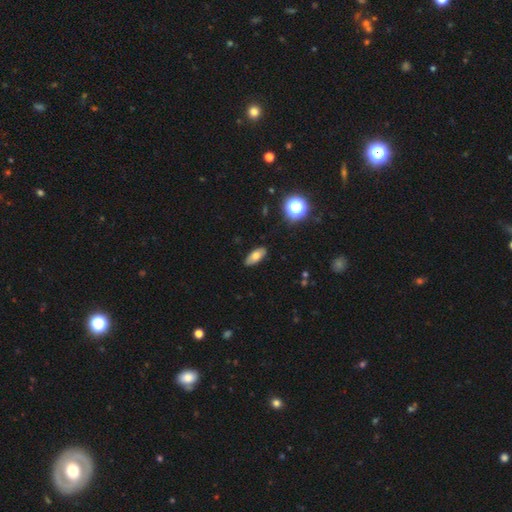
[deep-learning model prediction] Morphology: type=smooth (70%); roundness=in between (84%); merging=none (87%).